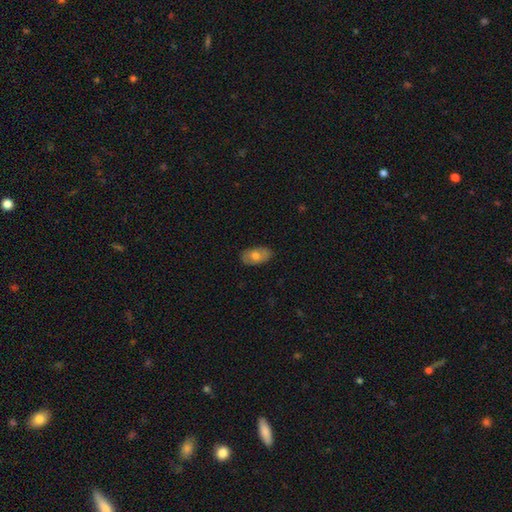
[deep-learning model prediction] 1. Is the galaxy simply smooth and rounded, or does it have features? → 71% smooth, 23% featured or disk, 6% star or artifact.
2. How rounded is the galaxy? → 93% in between, 5% round, 2% cigar-shaped.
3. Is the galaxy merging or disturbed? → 84% none, 12% minor disturbance, 2% major disturbance, 1% merger.